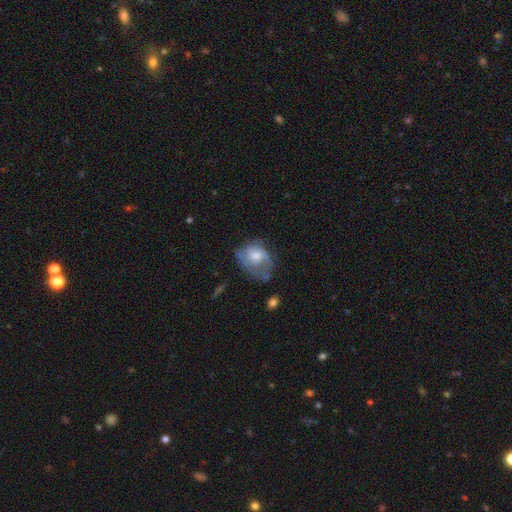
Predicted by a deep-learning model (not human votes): Smooth or featured? smooth (52%)
How rounded? in between (56%)
Merging? minor disturbance (32%, tied with major disturbance and none)